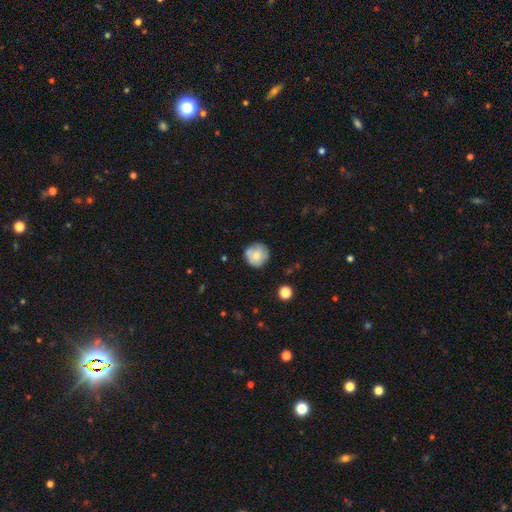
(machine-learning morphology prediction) This appears to be a smooth galaxy with no disk features (70%) that is round (93%). Merging: none (74%).